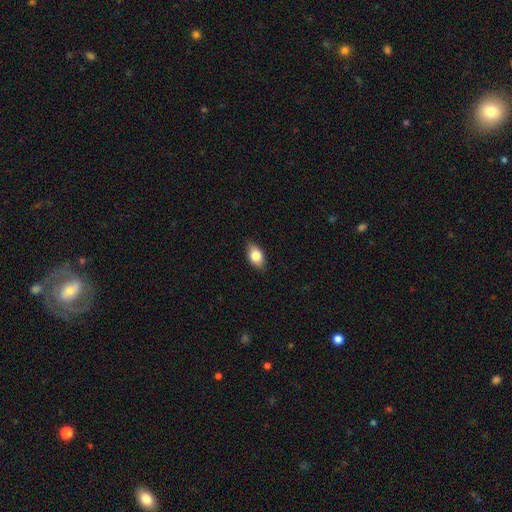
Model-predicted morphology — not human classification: A smooth galaxy with no disk features (78%) that is in between round and cigar-shaped (87%).

Vote fractions:
- Smooth or featured? smooth: 78% / featured or disk: 15% / star or artifact: 7%
- How rounded? in between: 87% / round: 10% / cigar-shaped: 3%
- Merging? none: 84% / minor disturbance: 13% / major disturbance: 2% / merger: 1%